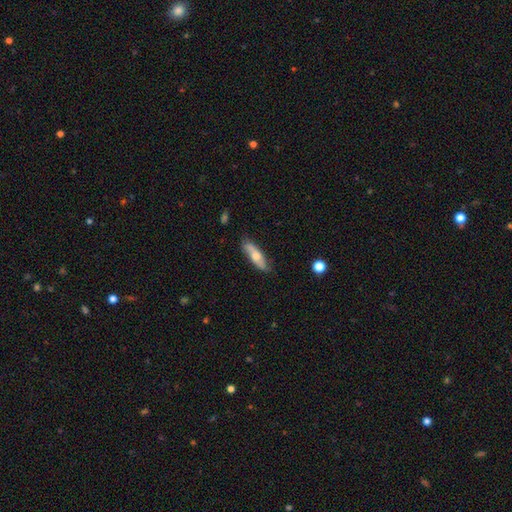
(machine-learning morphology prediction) smooth_or_featured: smooth (p=0.49) [alt: featured or disk p=0.45]
merging: none (p=0.79) [alt: minor disturbance p=0.16]